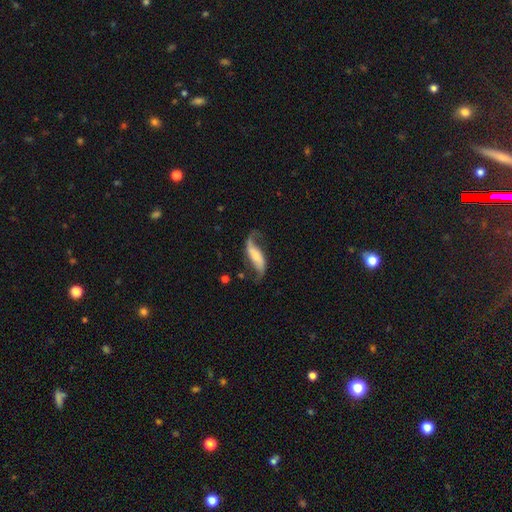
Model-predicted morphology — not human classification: This is clearly a featured or disk galaxy (81%). It is clearly not viewed edge-on (93%). Bar: marginally strong (37%). Spiral arm pattern: clearly yes (94%). Spiral arm count: clearly 2 (88%). Spiral winding: clearly loose (85%). Central bulge: marginally small (41%). Merging: likely none (62%).